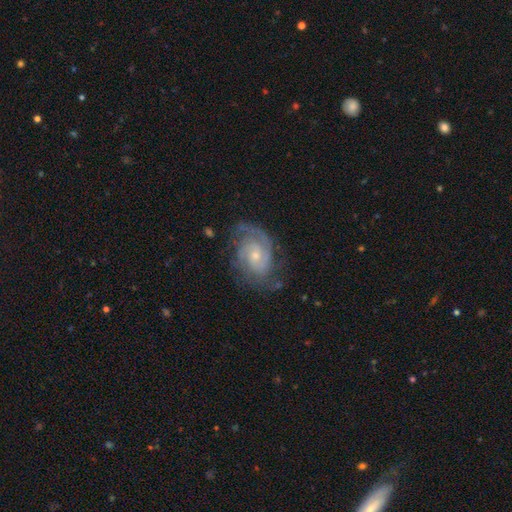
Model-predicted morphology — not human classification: This appears to be a featured or disk galaxy (83%) with no bar (62%), 2 (56%) tight (58%) spiral arms (97%) and a small central bulge (58%). Merging: none (75%).